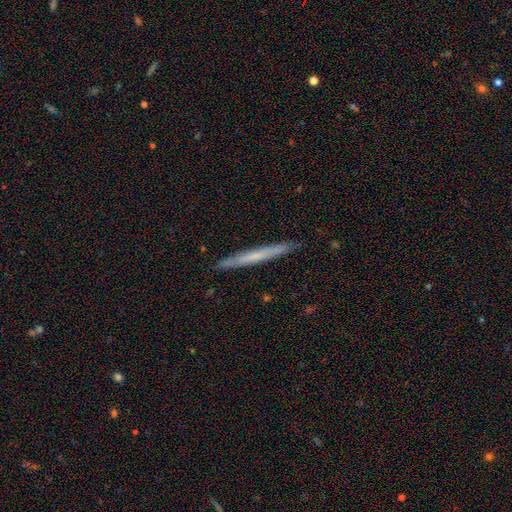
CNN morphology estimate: This is possibly a smooth galaxy (52%). How rounded: clearly cigar-shaped (97%). Merging: clearly none (91%).